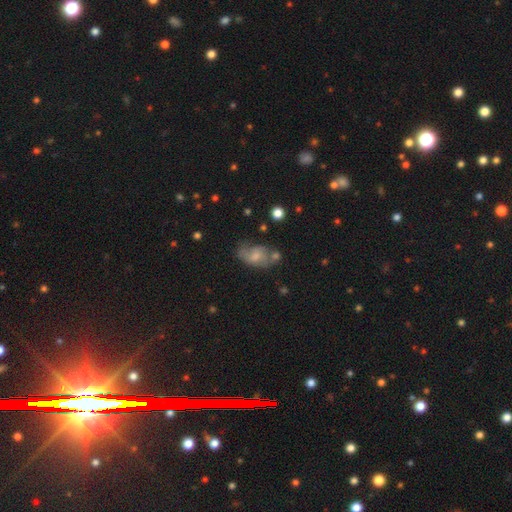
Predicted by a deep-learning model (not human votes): Smooth or featured? Predicted: smooth (p=0.45, tied with featured or disk). Merging? Predicted: none (p=0.44).